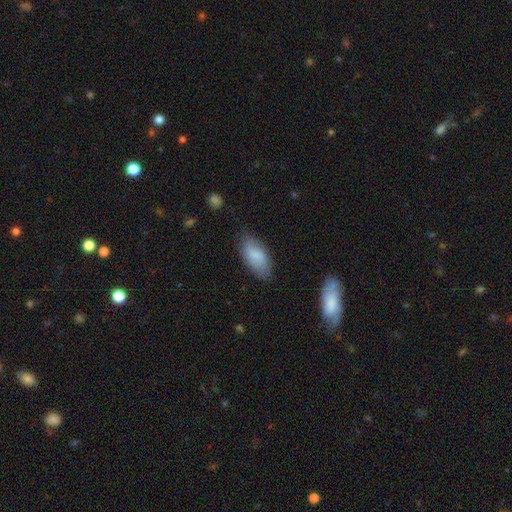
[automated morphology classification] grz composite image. It shows a smooth galaxy with no disk features (77%) that is in between round and cigar-shaped (91%). Merging: none (74%).